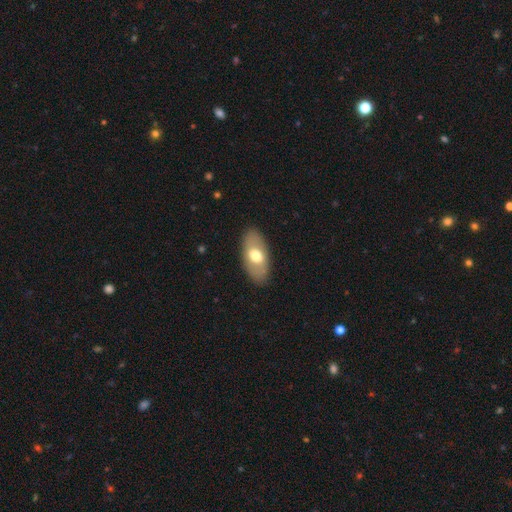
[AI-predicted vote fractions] Overall: smooth (62%; featured or disk 32%). How rounded: in between (92%). Merging: none (86%).